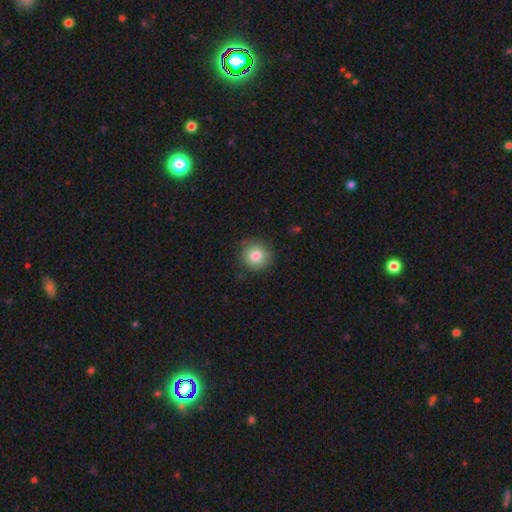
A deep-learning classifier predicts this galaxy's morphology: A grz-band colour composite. It shows a smooth galaxy with no disk features (83%) that is round (91%). Merging: none (87%).